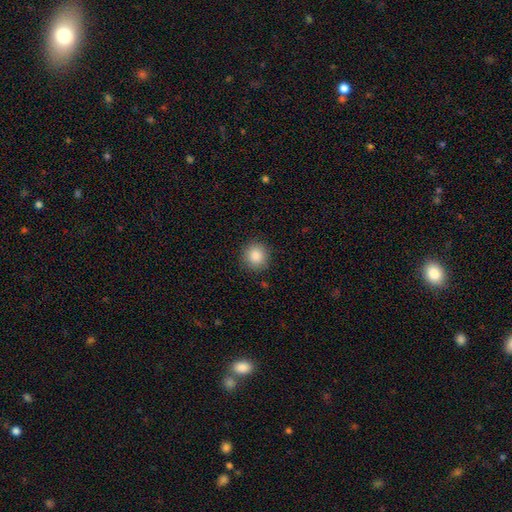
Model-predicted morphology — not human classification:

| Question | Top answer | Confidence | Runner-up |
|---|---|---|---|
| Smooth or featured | smooth | 87% | star or artifact (9%) |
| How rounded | round | 91% | in between (8%) |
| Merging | none | 89% | minor disturbance (7%) |